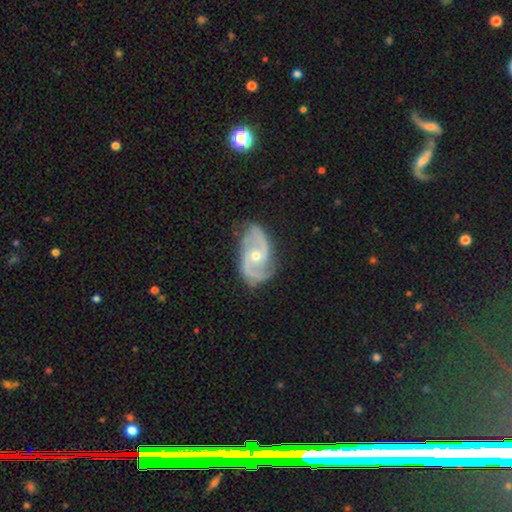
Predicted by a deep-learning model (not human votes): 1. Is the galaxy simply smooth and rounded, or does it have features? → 89% featured or disk, 6% smooth, 5% star or artifact.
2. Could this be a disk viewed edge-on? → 97% no, 3% yes.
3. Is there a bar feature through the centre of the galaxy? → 61% no, 31% weak, 8% strong.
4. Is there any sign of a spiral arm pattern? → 97% yes, 3% no.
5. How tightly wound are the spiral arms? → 52% medium, 24% loose, 24% tight.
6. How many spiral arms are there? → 89% 2, 4% can't tell, 3% 3, 2% 1, 1% 4, 1% more than 4.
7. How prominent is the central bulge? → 56% moderate, 41% small, 1% large, 1% none, 1% dominant.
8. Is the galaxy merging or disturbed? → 74% none, 19% minor disturbance, 6% major disturbance, 1% merger.